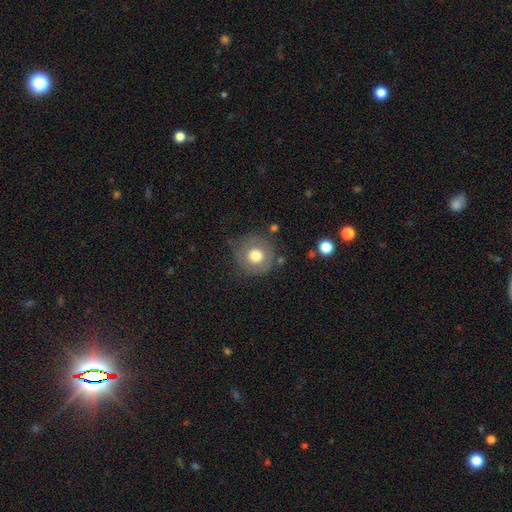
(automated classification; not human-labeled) Smooth or featured: smooth — 70% (featured or disk — 21%)
How rounded: round — 94% (in between — 5%)
Merging: none — 77% (minor disturbance — 14%)